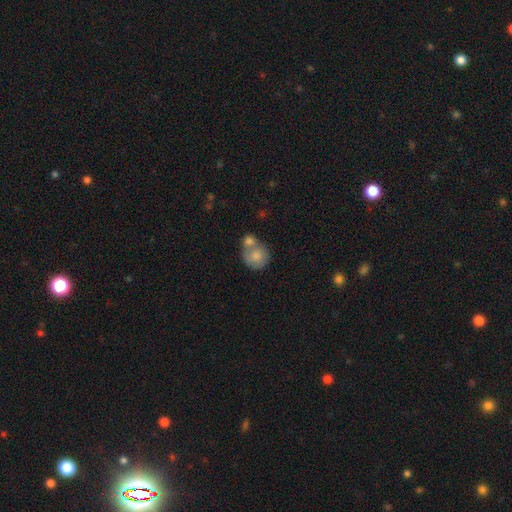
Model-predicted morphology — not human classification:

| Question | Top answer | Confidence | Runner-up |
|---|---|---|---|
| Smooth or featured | smooth | 79% | featured or disk (15%) |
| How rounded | round | 82% | in between (17%) |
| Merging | merger | 54% | none (31%) |